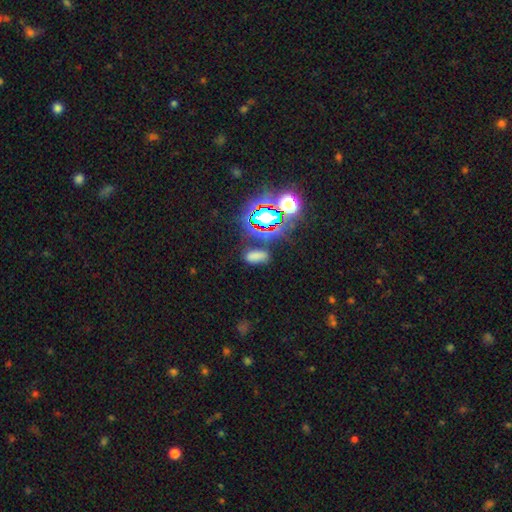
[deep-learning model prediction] smooth 64%, star or artifact 27%, featured or disk 9%. Down the decision tree: how rounded — in between (83%); merging — none (71%).